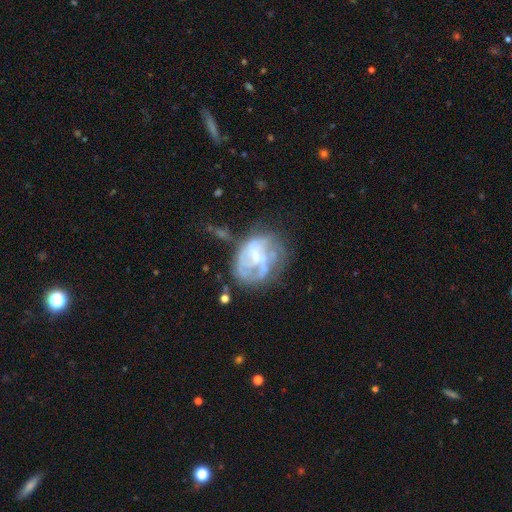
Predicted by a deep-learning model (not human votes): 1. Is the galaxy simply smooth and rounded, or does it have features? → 72% featured or disk, 20% smooth, 9% star or artifact.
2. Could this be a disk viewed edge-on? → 98% no, 2% yes.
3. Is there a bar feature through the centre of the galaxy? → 62% no, 32% weak, 6% strong.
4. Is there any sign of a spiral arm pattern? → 60% yes, 40% no.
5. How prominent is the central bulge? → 59% small, 22% moderate, 17% none, 2% large, 1% dominant.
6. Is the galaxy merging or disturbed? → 38% none, 32% major disturbance, 23% minor disturbance, 8% merger.